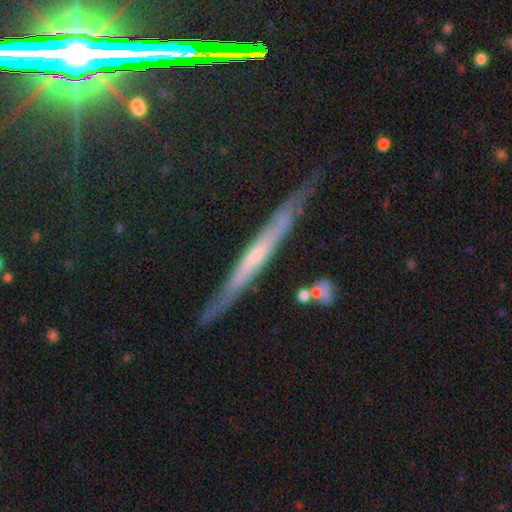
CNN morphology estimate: A featured or disk galaxy (67%) viewed edge-on (88%) with no central bulge (57%). Merging: none (77%).